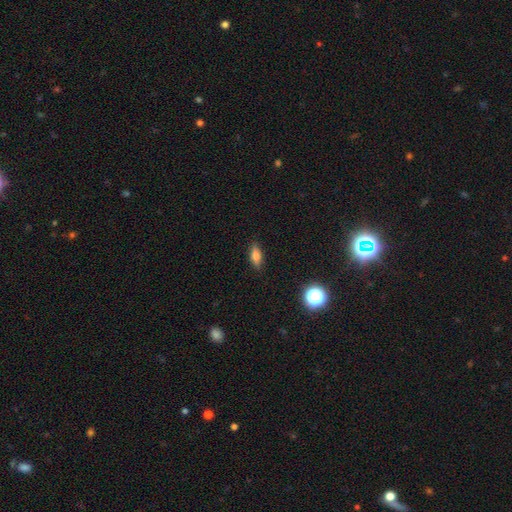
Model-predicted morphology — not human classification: Smooth or featured? smooth (74%)
How rounded? in between (71%)
Merging? none (87%)